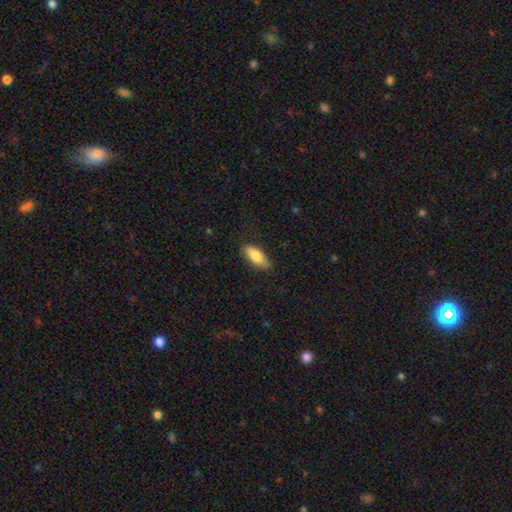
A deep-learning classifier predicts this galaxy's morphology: smooth 80%, featured or disk 14%, star or artifact 6%. Down the decision tree: how rounded — in between (75%); merging — none (81%).